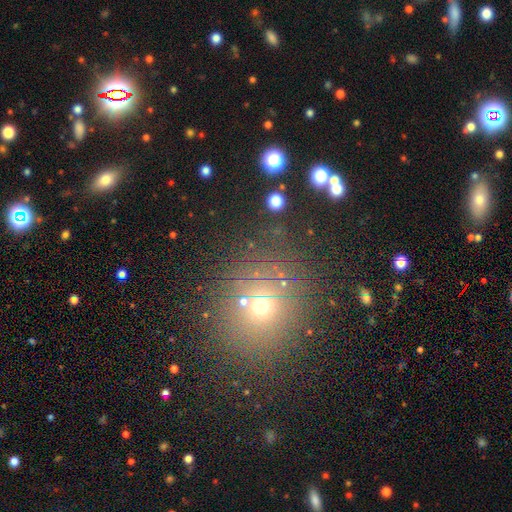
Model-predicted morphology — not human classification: smooth-or-featured: star or artifact: 42% (tied) | smooth: 42% (tied) | featured or disk: 16%